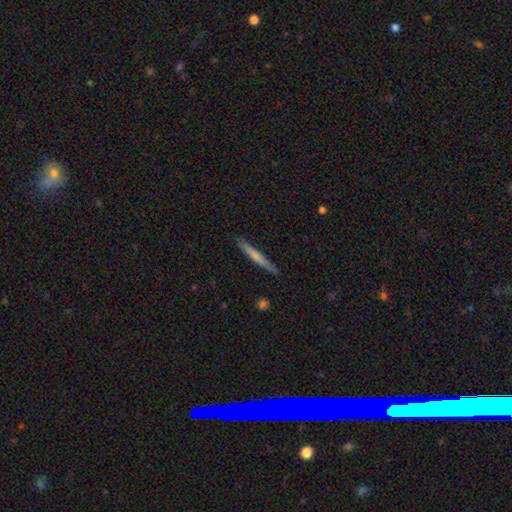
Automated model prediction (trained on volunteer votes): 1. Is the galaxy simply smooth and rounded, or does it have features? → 57% smooth, 37% featured or disk, 6% star or artifact.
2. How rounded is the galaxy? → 96% cigar-shaped, 3% in between, 1% round.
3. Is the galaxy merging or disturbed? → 88% none, 9% minor disturbance, 2% major disturbance, 1% merger.